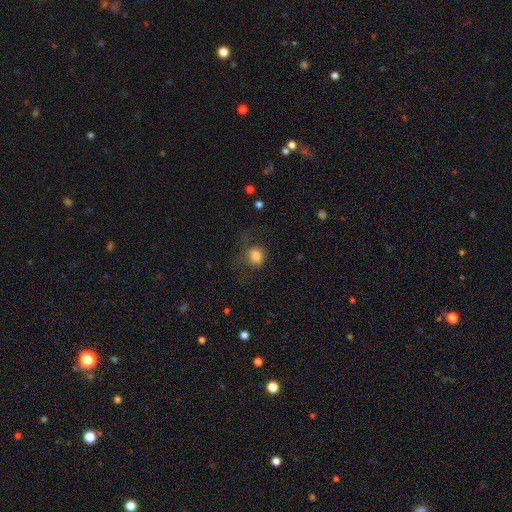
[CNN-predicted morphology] type=smooth (80%); roundness=round (73%); merging=none (48%).